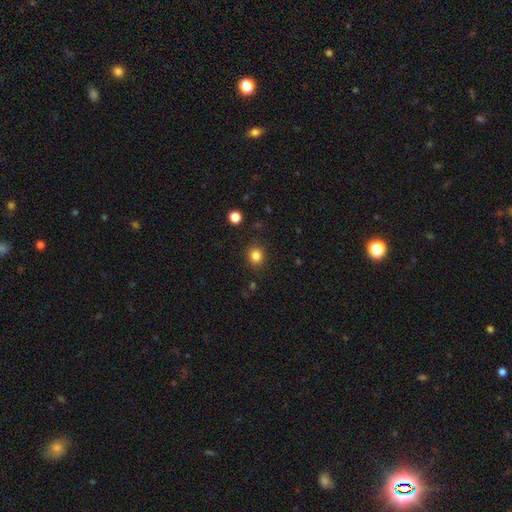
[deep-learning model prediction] Smooth or featured? smooth (83%)
How rounded? round (82%)
Merging? none (88%)